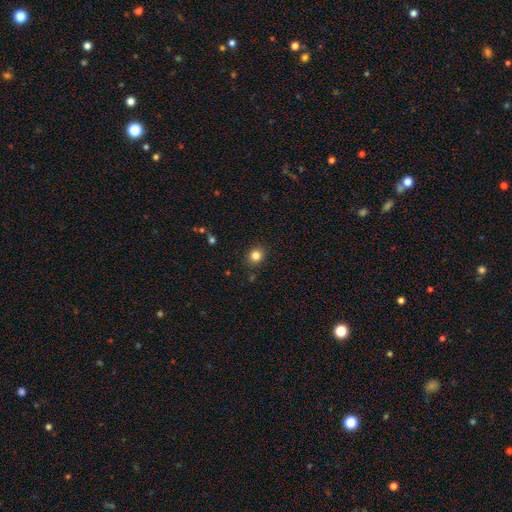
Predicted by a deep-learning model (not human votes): Smooth or featured? smooth (83%)
How rounded? round (80%)
Merging? none (89%)